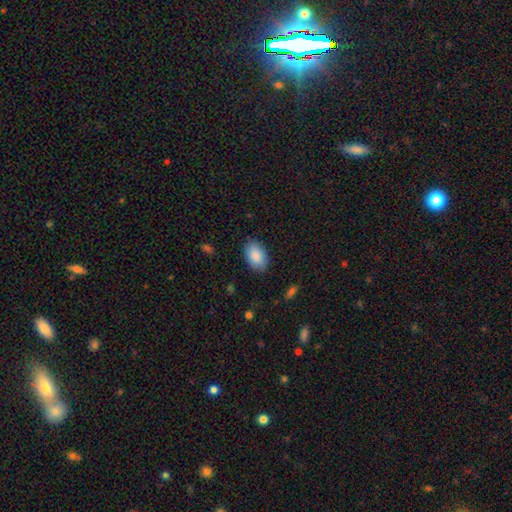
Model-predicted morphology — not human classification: Smooth or featured: smooth — 87% (featured or disk — 6%)
How rounded: in between — 91% (round — 8%)
Merging: none — 86% (minor disturbance — 10%)